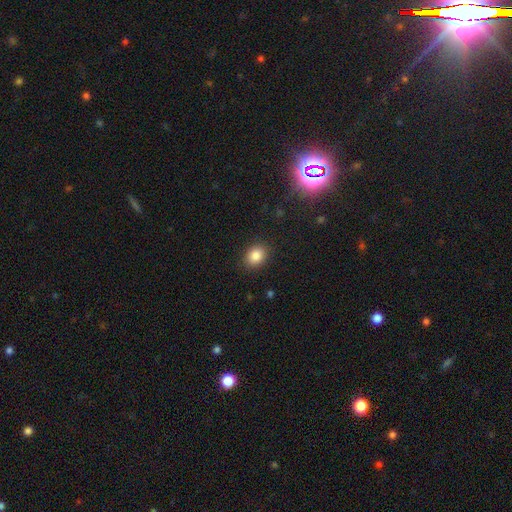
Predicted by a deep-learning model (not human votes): A smooth galaxy with no disk features (85%) that is in between round and cigar-shaped (50%). Merging: none (88%).